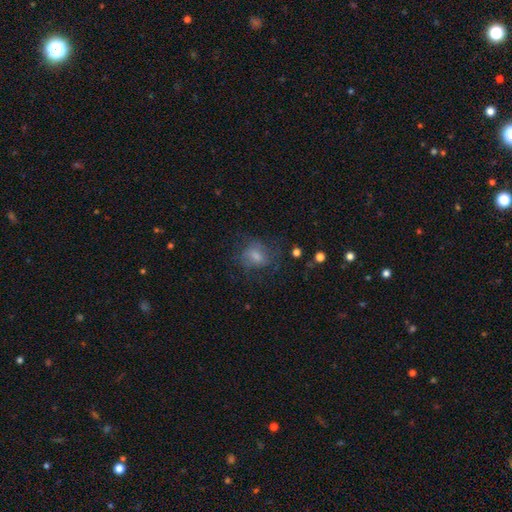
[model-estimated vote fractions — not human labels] Smooth or featured? Predicted: smooth (p=0.45). Merging? Predicted: none (p=0.63).